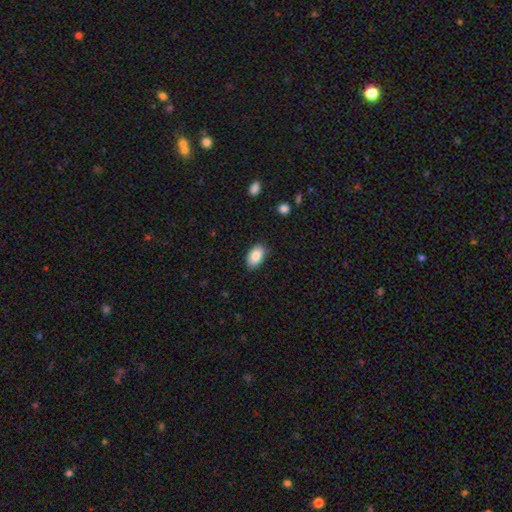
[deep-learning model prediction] Smooth or featured: smooth — 86% (featured or disk — 7%)
How rounded: in between — 93% (round — 6%)
Merging: none — 84% (minor disturbance — 12%)